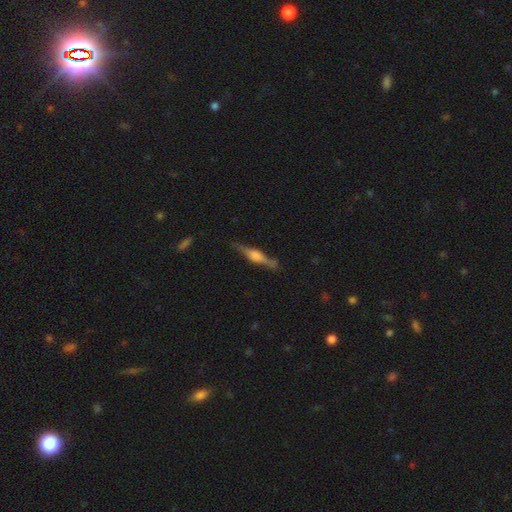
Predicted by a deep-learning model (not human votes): Smooth or featured? featured or disk (71%)
Edge-on disk? yes (96%)
Edge-on bulge? rounded (73%)
Merging? none (81%)